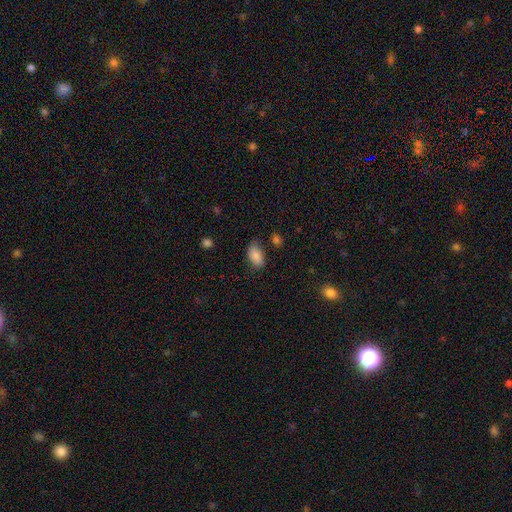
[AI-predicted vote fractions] Smooth or featured? smooth (85%)
How rounded? in between (93%)
Merging? none (72%)